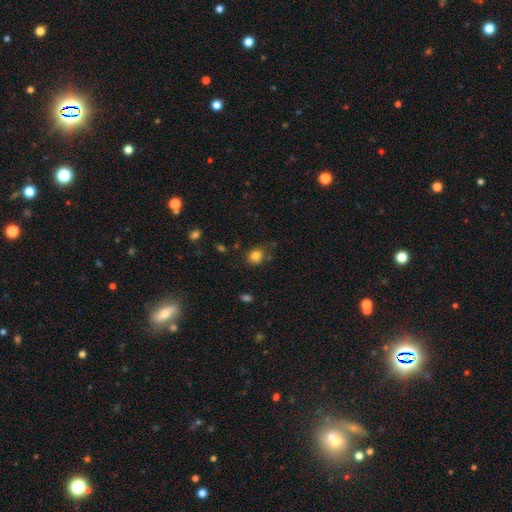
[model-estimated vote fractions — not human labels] The model was most divided on "how rounded": round: 76%, in between: 23%, cigar-shaped: 1%. More confident: smooth or featured — smooth (82%); merging — none (75%).